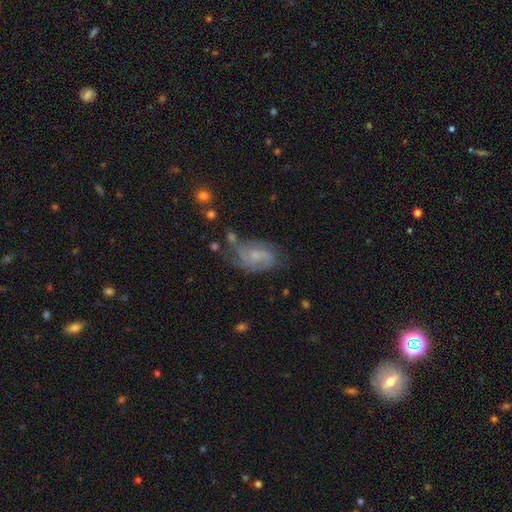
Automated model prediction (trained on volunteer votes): Smooth or featured? Predicted: featured or disk (p=0.72). Edge-on disk? Predicted: no (p=0.97). Bar? Predicted: no (p=0.55). Spiral arms? Predicted: yes (p=0.90). Spiral winding? Predicted: medium (p=0.47). Spiral arm count? Predicted: 2 (p=0.53). Bulge size? Predicted: small (p=0.56). Merging? Predicted: none (p=0.52).